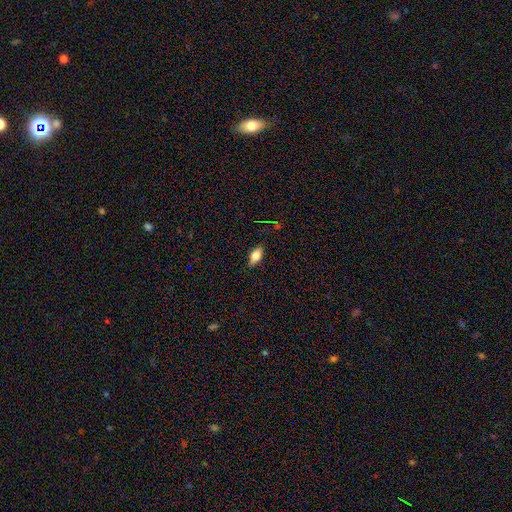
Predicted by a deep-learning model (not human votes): Overall: smooth (78%). How rounded: in between (87%). Merging: none (84%).